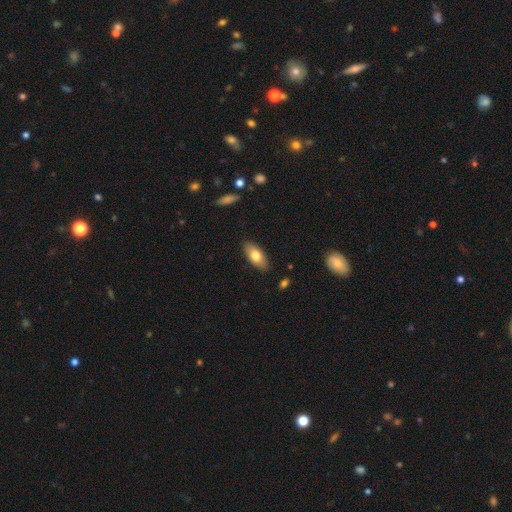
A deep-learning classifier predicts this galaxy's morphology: Smooth or featured: smooth — 74% (featured or disk — 19%)
How rounded: in between — 88% (cigar-shaped — 9%)
Merging: none — 86% (minor disturbance — 10%)